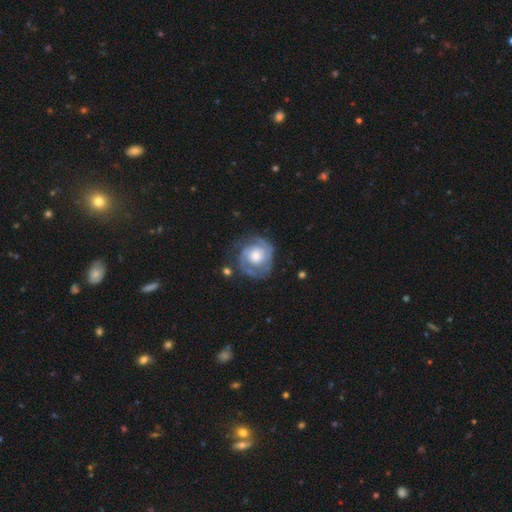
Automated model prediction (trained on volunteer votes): Q: Smooth or featured?
A: featured or disk (80%); runner-up: smooth (15%)
Q: Edge-on disk?
A: no (98%); runner-up: yes (2%)
Q: Bar?
A: no (76%); runner-up: weak (20%)
Q: Spiral arms?
A: yes (91%); runner-up: no (9%)
Q: Spiral winding?
A: tight (60%); runner-up: medium (31%)
Q: Spiral arm count?
A: 2 (46%); runner-up: can't tell (24%)
Q: Bulge size?
A: moderate (51%); runner-up: small (38%)
Q: Merging?
A: none (68%); runner-up: minor disturbance (18%)